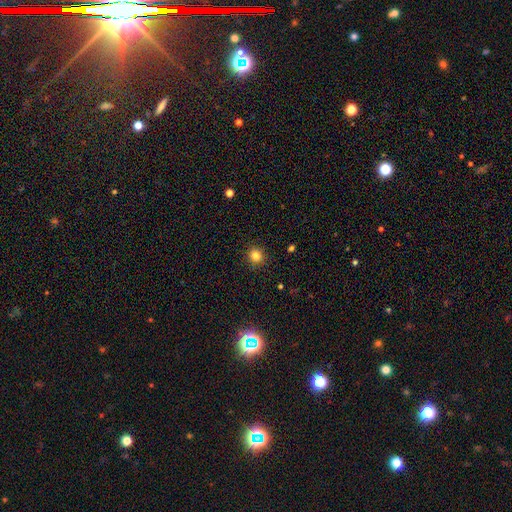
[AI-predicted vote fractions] This appears to be a smooth galaxy with no disk features (83%) that is round (90%). Merging: none (91%).